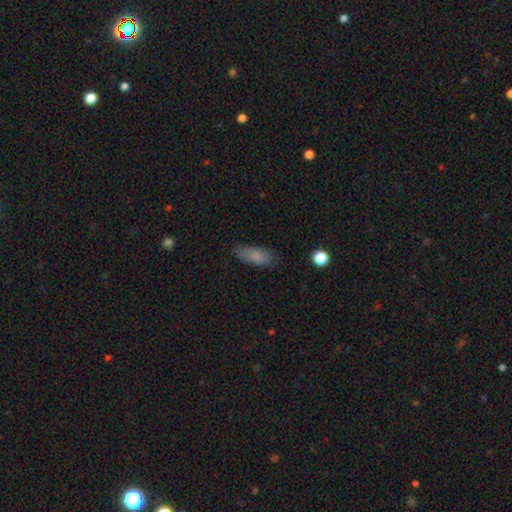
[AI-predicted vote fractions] This is clearly a smooth galaxy (82%). How rounded: likely in between (74%). Merging: likely none (79%).